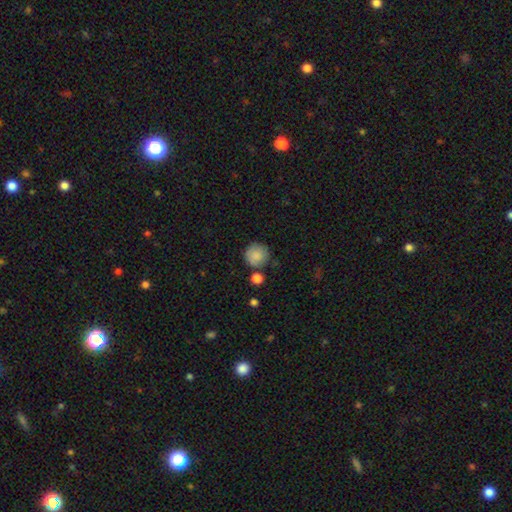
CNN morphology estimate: smooth-or-featured: smooth: 84% | star or artifact: 8% | featured or disk: 8%
  how-rounded: round: 93% | in between: 6% | cigar-shaped: 1%
  merging: none: 75% | minor disturbance: 13% | merger: 9% | major disturbance: 4%